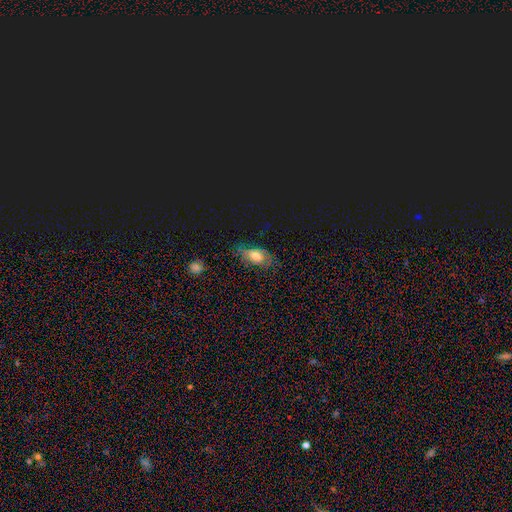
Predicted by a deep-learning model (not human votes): Smooth or featured? Predicted: smooth (p=0.52). How rounded? Predicted: in between (p=0.85). Merging? Predicted: none (p=0.65).